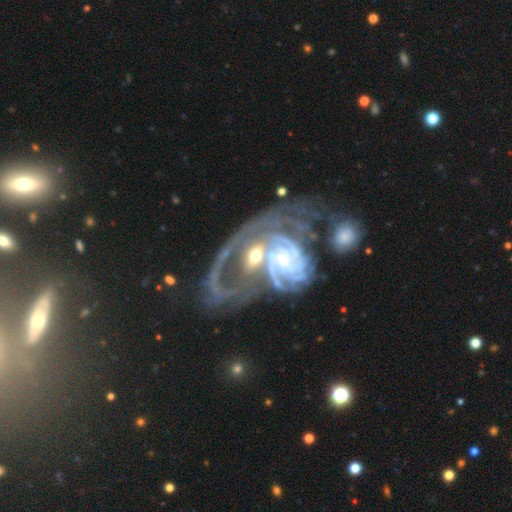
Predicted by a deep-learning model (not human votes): Q: Smooth or featured?
A: featured or disk (87%); runner-up: smooth (7%)
Q: Edge-on disk?
A: no (96%); runner-up: yes (4%)
Q: Bar?
A: no (62%); runner-up: weak (24%)
Q: Spiral arms?
A: yes (93%); runner-up: no (7%)
Q: Spiral winding?
A: tight (51%); runner-up: medium (34%)
Q: Spiral arm count?
A: can't tell (31%); runner-up: 2 (25%)
Q: Bulge size?
A: small (59%); runner-up: moderate (29%)
Q: Merging?
A: merger (61%); runner-up: major disturbance (15%)